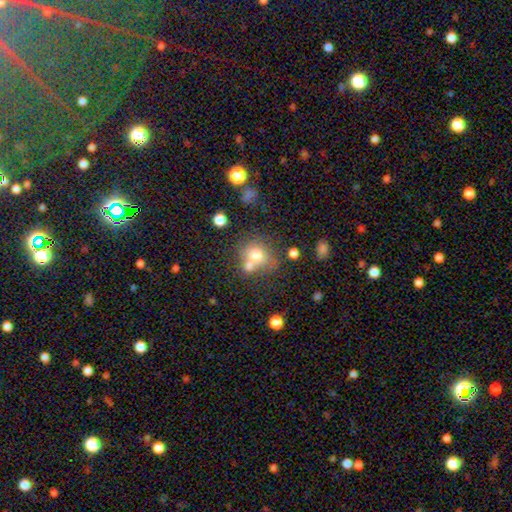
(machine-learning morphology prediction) type=smooth (71%); roundness=round (74%); merging=merger (41%, tied with none).